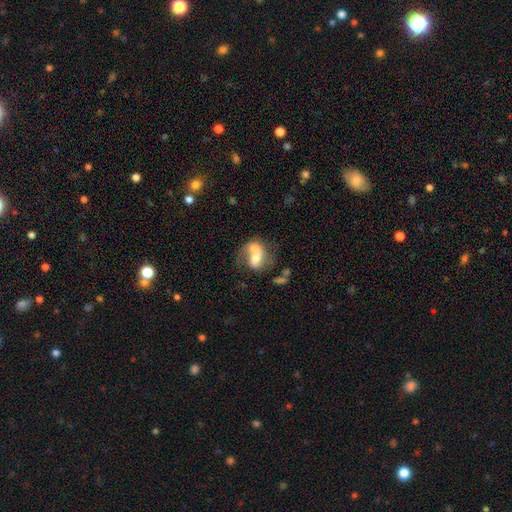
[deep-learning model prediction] featured or disk 47%, smooth 46%, star or artifact 8%. Down the decision tree: merging — merger (65%).